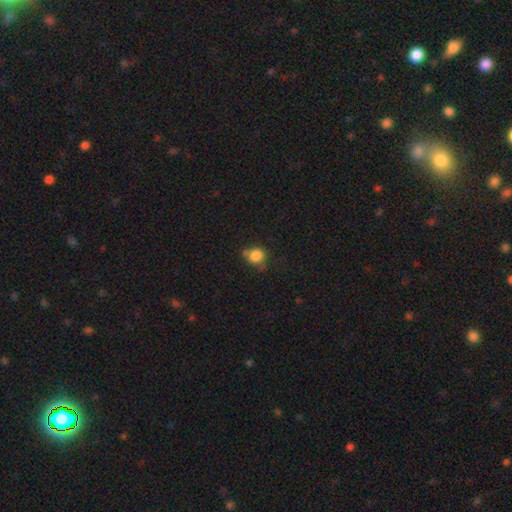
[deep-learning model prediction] Smooth or featured? smooth (82%)
How rounded? round (75%)
Merging? none (52%)